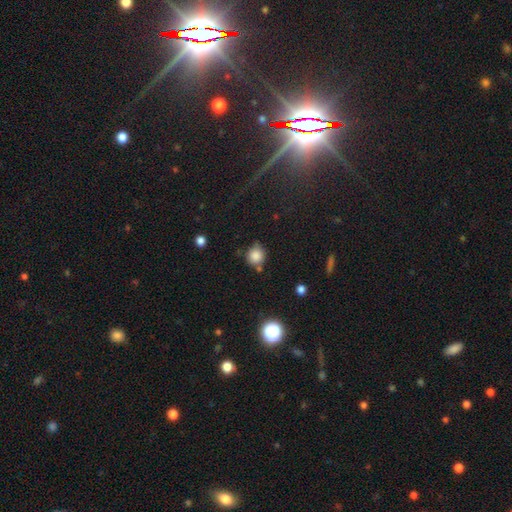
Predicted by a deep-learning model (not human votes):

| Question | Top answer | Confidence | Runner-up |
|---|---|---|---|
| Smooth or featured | smooth | 83% | star or artifact (11%) |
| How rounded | round | 88% | in between (11%) |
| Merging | none | 67% | minor disturbance (18%) |